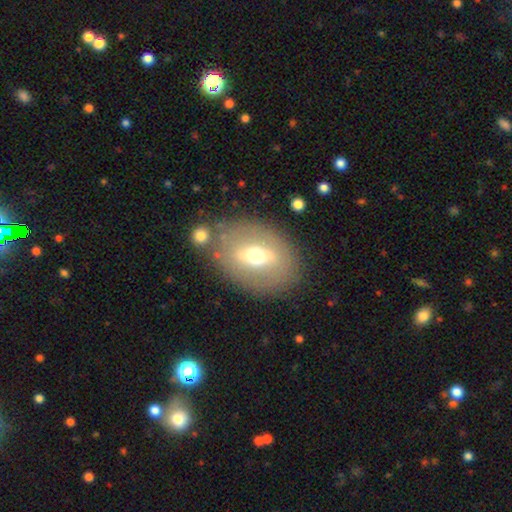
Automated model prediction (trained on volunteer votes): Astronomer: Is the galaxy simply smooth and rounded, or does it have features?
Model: featured or disk — 48% (runner-up: smooth, 44%).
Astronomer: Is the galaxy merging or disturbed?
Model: none — 77%.